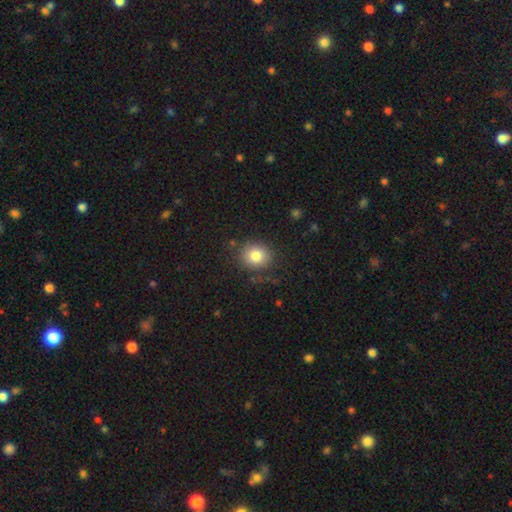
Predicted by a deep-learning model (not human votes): A smooth galaxy with no disk features (83%) that is round (77%). Merging: none (83%).